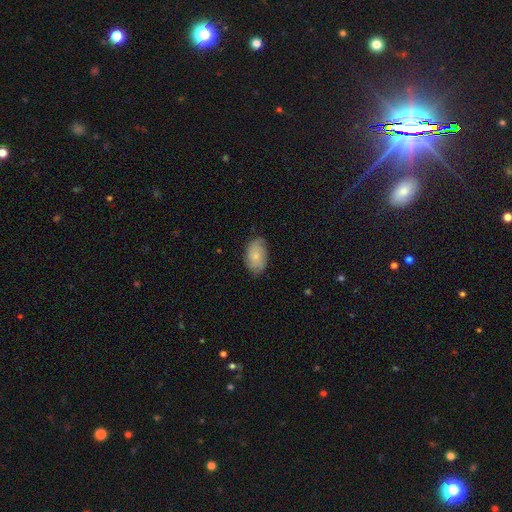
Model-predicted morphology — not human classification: Smooth or featured: smooth — 59% (featured or disk — 34%)
How rounded: in between — 90% (round — 8%)
Merging: none — 74% (minor disturbance — 21%)